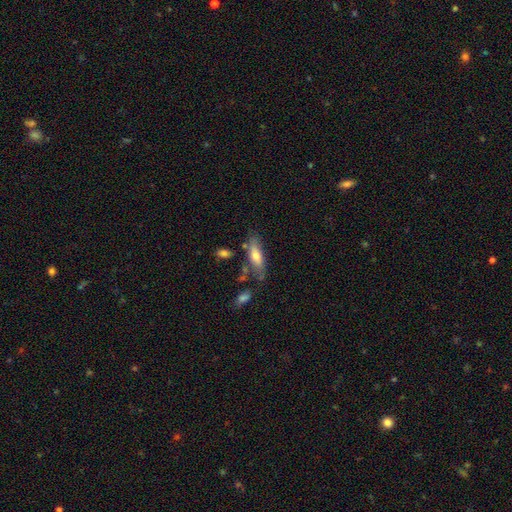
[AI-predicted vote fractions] Overall: smooth (63%; featured or disk 30%). How rounded: in between (62%; cigar-shaped 36%). Merging: none (56%; minor disturbance 24%).